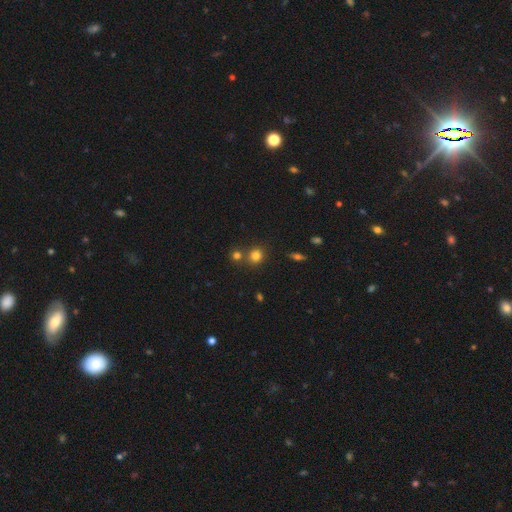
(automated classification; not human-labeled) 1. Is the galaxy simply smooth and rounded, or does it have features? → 77% smooth, 16% star or artifact, 7% featured or disk.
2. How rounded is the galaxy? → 85% round, 13% in between, 1% cigar-shaped.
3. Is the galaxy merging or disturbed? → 68% none, 22% merger, 8% minor disturbance, 3% major disturbance.